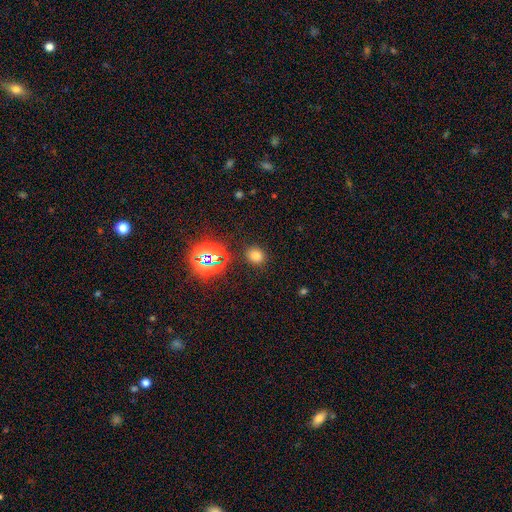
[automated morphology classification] smooth-or-featured: smooth: 70% | star or artifact: 23% | featured or disk: 7%
  how-rounded: round: 71% | in between: 28% | cigar-shaped: 1%
  merging: none: 86% | minor disturbance: 8% | major disturbance: 3% | merger: 2%